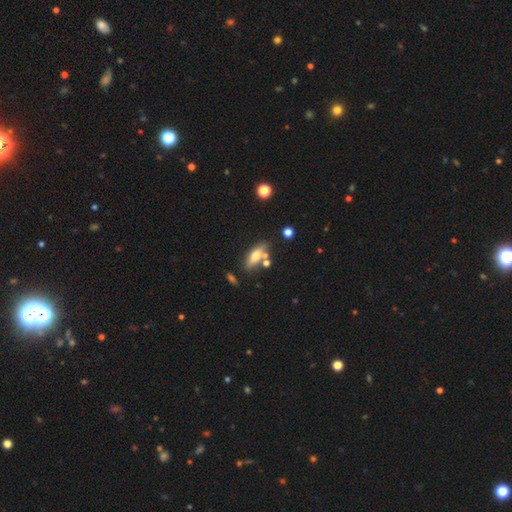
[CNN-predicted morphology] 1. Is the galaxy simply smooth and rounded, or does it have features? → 62% smooth, 29% featured or disk, 9% star or artifact.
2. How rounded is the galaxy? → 66% in between, 30% cigar-shaped, 4% round.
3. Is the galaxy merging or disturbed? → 64% none, 16% minor disturbance, 15% merger, 5% major disturbance.